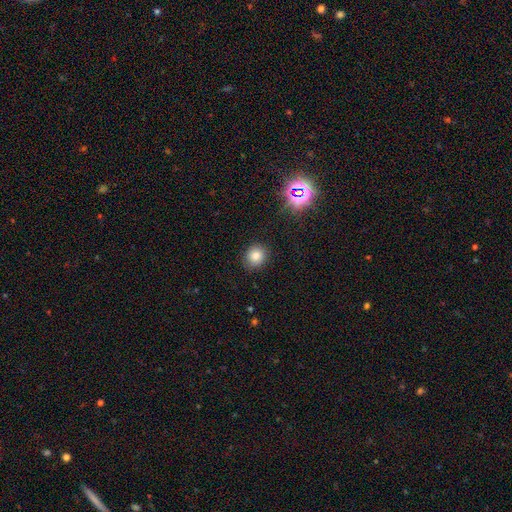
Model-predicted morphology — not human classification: Q: Smooth or featured?
A: smooth (79%); runner-up: star or artifact (14%)
Q: How rounded?
A: round (81%); runner-up: in between (18%)
Q: Merging?
A: none (88%); runner-up: minor disturbance (9%)